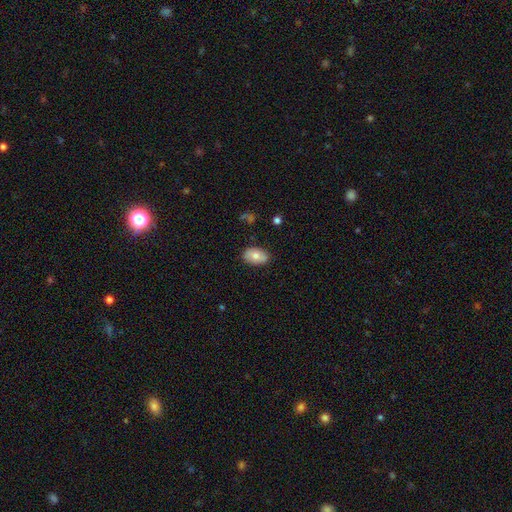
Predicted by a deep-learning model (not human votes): Overall: smooth (71%). How rounded: in between (89%). Merging: none (81%).